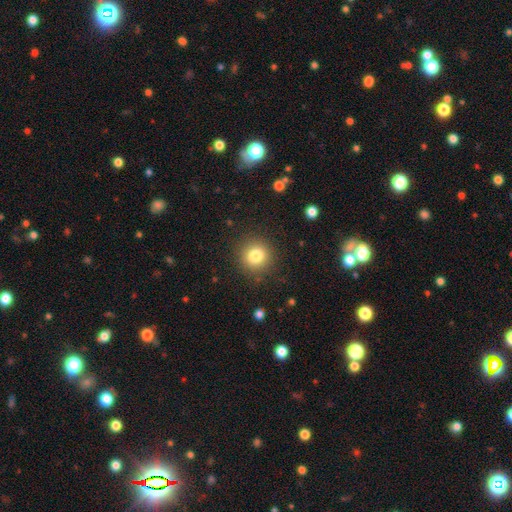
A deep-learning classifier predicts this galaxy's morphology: This appears to be a smooth galaxy with no disk features (81%) that is round (93%). Merging: none (89%).